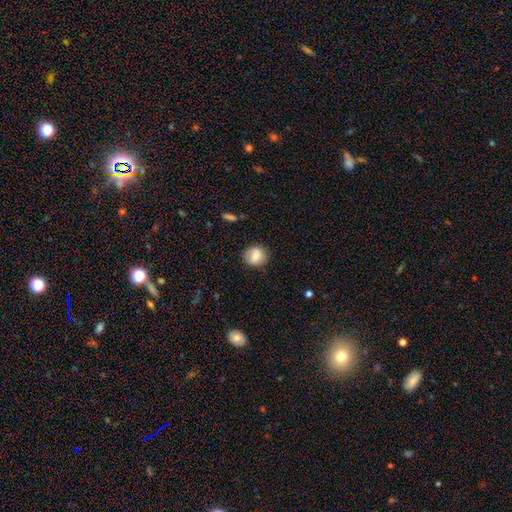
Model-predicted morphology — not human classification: Smooth or featured? smooth (73%)
How rounded? round (79%)
Merging? none (79%)